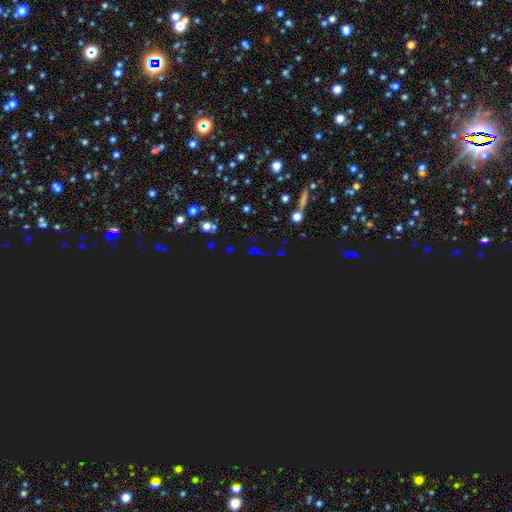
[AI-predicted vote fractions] star or artifact 73%, smooth 18%, featured or disk 9%.